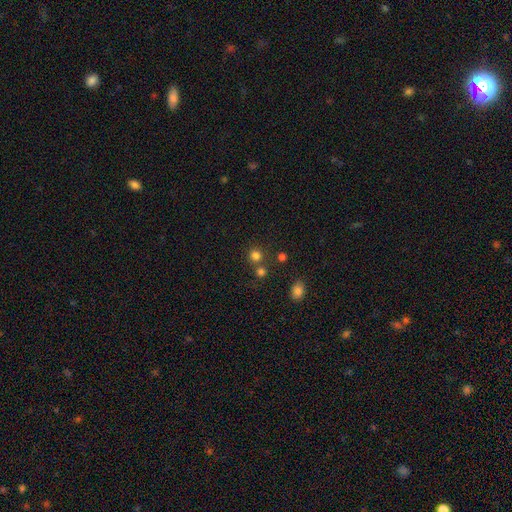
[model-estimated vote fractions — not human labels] smooth_or_featured: smooth (p=0.76) [alt: star or artifact p=0.18]
how_rounded: round (p=0.89) [alt: in between p=0.10]
merging: none (p=0.69) [alt: merger p=0.21]